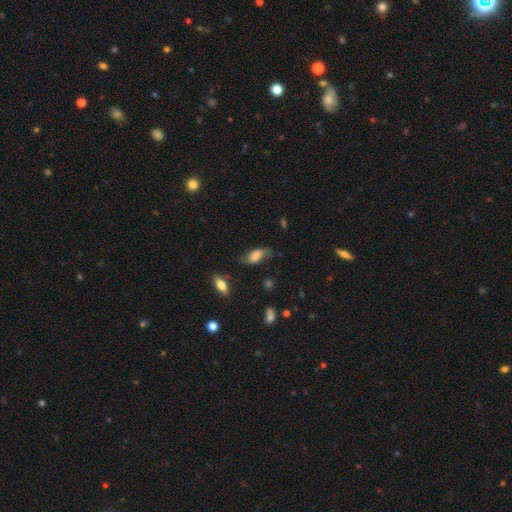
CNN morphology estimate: A smooth galaxy with no disk features (59%) that is in between round and cigar-shaped (84%). Merging: none (61%).